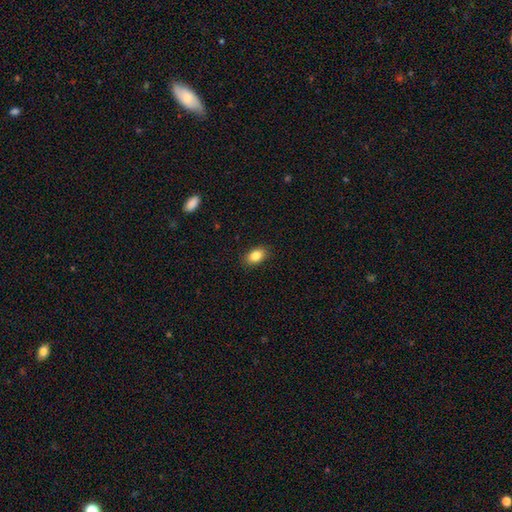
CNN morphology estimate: Smooth or featured? smooth (85%)
How rounded? in between (86%)
Merging? none (88%)